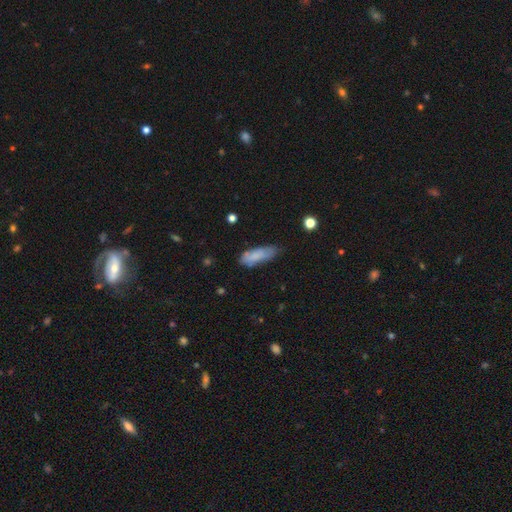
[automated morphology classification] Smooth or featured: smooth — 80% (featured or disk — 13%)
How rounded: in between — 61% (cigar-shaped — 38%)
Merging: none — 56% (minor disturbance — 33%)